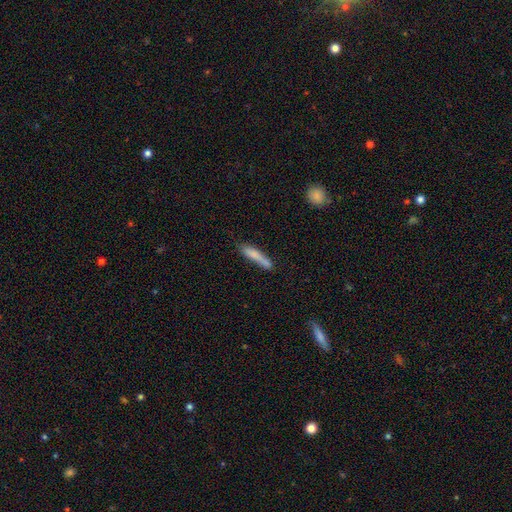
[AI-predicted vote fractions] Smooth or featured? smooth (76%)
How rounded? cigar-shaped (88%)
Merging? none (60%)